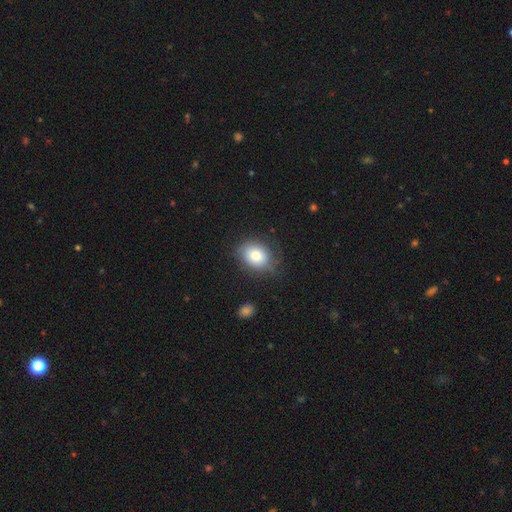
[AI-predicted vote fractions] A smooth galaxy with no disk features (79%) that is in between round and cigar-shaped (55%).

Vote fractions:
- Smooth or featured? smooth: 79% / featured or disk: 13% / star or artifact: 9%
- How rounded? in between: 55% / round: 44% / cigar-shaped: 1%
- Merging? none: 72% / minor disturbance: 20% / major disturbance: 6% / merger: 2%